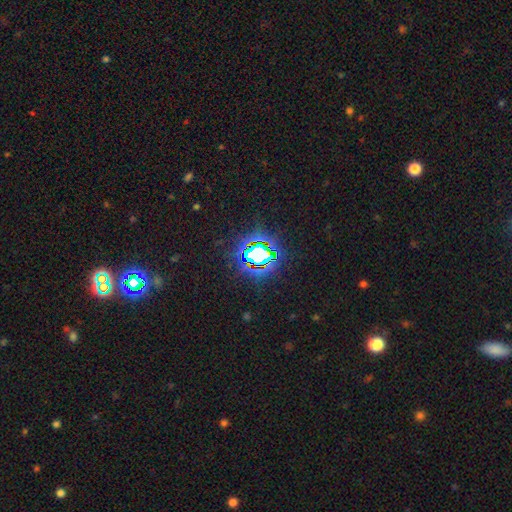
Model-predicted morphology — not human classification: Q: Smooth or featured?
A: star or artifact (76%); runner-up: smooth (12%)